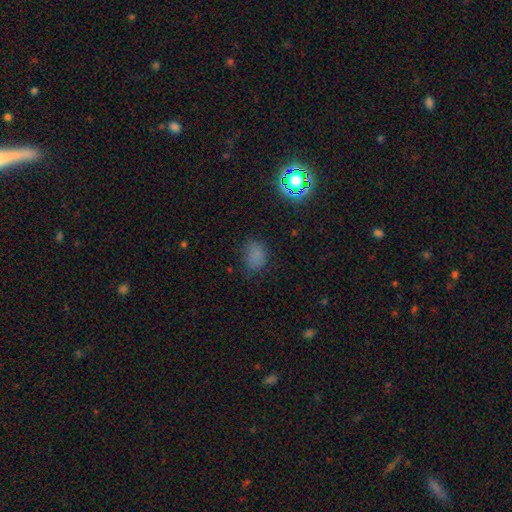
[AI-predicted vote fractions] Smooth or featured? smooth (70%)
How rounded? in between (70%)
Merging? none (66%)